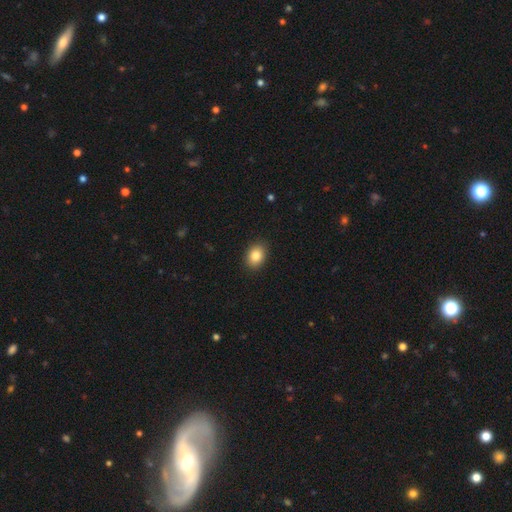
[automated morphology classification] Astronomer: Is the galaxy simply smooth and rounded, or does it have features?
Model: smooth — 84%.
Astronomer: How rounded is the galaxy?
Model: in between — 67%.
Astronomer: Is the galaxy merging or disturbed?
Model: none — 90%.